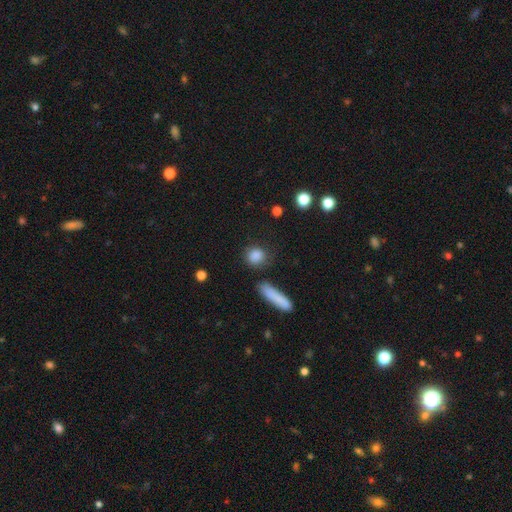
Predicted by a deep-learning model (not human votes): Smooth or featured? smooth (86%)
How rounded? round (69%)
Merging? none (78%)